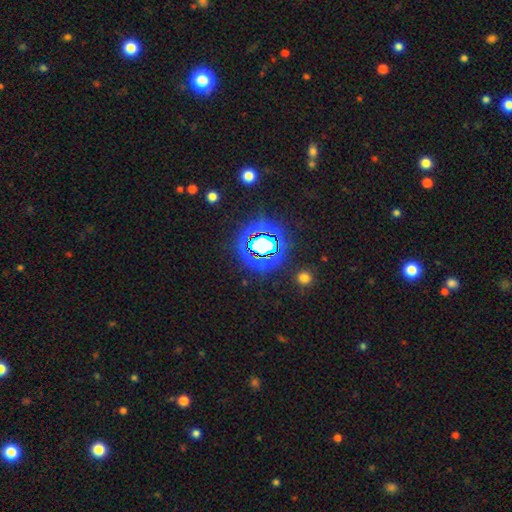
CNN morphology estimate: Smooth or featured: star or artifact — 82% (smooth — 11%)